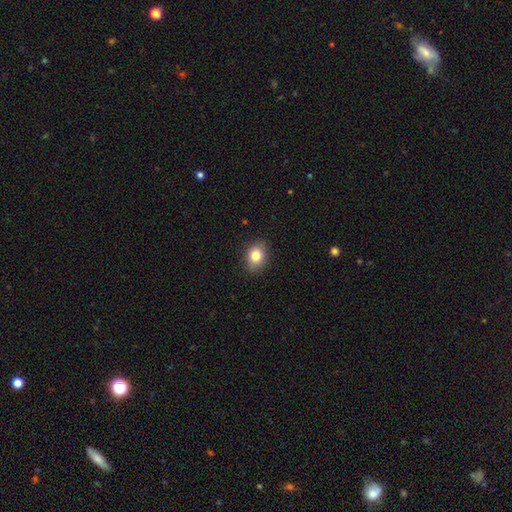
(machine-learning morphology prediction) Smooth or featured?
  - smooth: 82% *
  - star or artifact: 10%
  - featured or disk: 8%
How rounded?
  - in between: 63% *
  - round: 36%
  - cigar-shaped: 1%
Merging?
  - none: 87% *
  - minor disturbance: 10%
  - major disturbance: 2%
  - merger: 1%